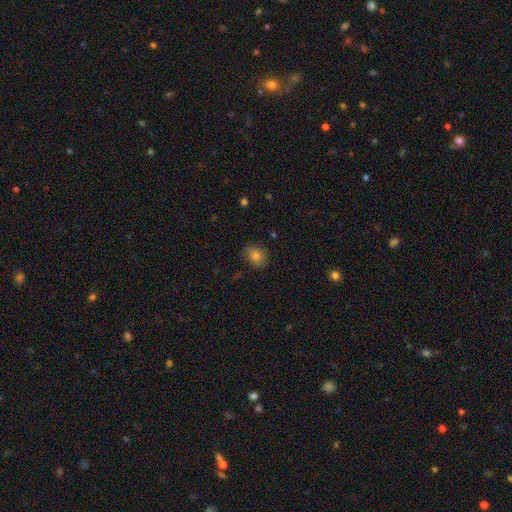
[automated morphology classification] smooth 78%, star or artifact 11%, featured or disk 11%. Down the decision tree: how rounded — round (51%); merging — none (77%).